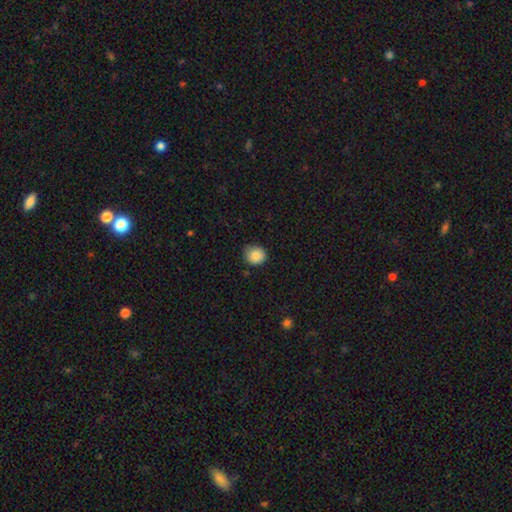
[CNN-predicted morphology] A smooth galaxy with no disk features (86%) that is round (83%).

Vote fractions:
- Smooth or featured? smooth: 86% / star or artifact: 9% / featured or disk: 5%
- How rounded? round: 83% / in between: 16% / cigar-shaped: 1%
- Merging? none: 77% / minor disturbance: 19% / major disturbance: 3% / merger: 1%